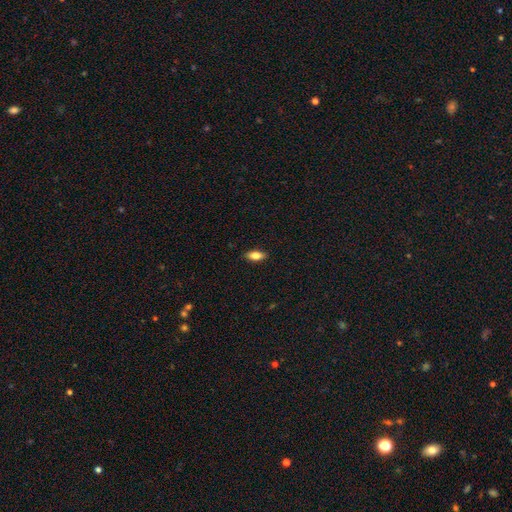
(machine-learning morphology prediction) Overall: smooth (79%). How rounded: in between (82%). Merging: none (89%).